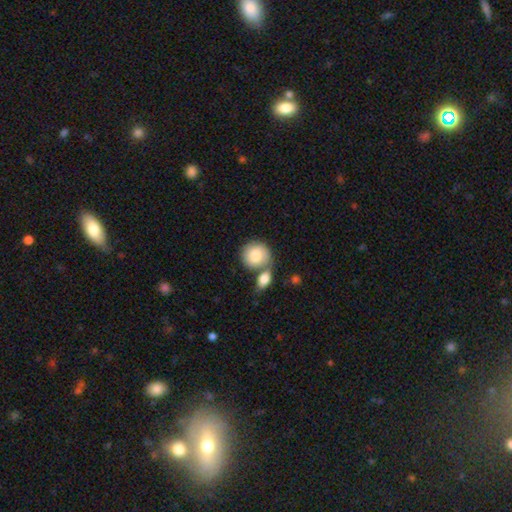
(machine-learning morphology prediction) This is likely a smooth galaxy (79%). How rounded: clearly round (85%). Merging: possibly none (49%).